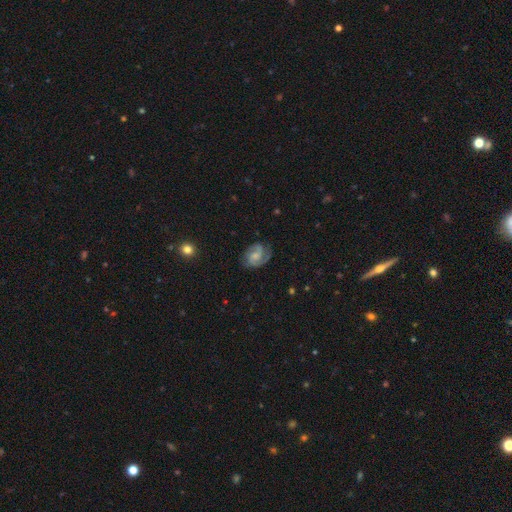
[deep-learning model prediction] A featured or disk galaxy (76%) with no bar (54%), 2 (76%) medium (47%) spiral arms (96%) and a small central bulge (46%). Merging: none (72%).